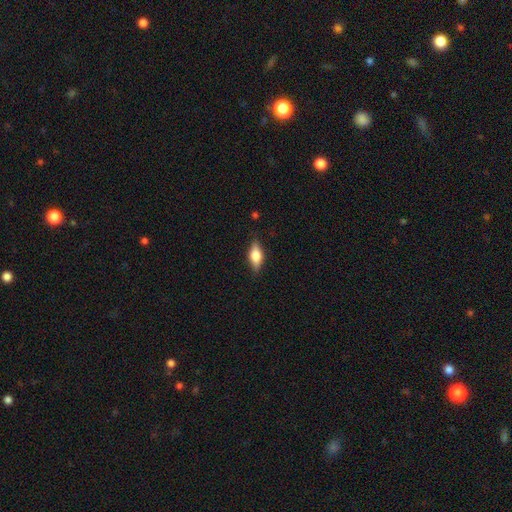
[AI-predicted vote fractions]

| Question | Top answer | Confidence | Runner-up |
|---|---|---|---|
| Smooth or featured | smooth | 57% | featured or disk (36%) |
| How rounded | in between | 74% | cigar-shaped (22%) |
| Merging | none | 83% | minor disturbance (13%) |